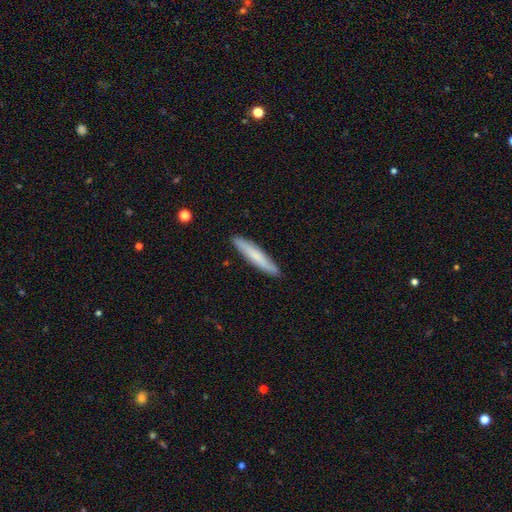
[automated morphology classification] smooth_or_featured: smooth (p=0.68) [alt: featured or disk p=0.26]
how_rounded: cigar-shaped (p=0.92) [alt: in between p=0.07]
merging: none (p=0.90) [alt: minor disturbance p=0.08]